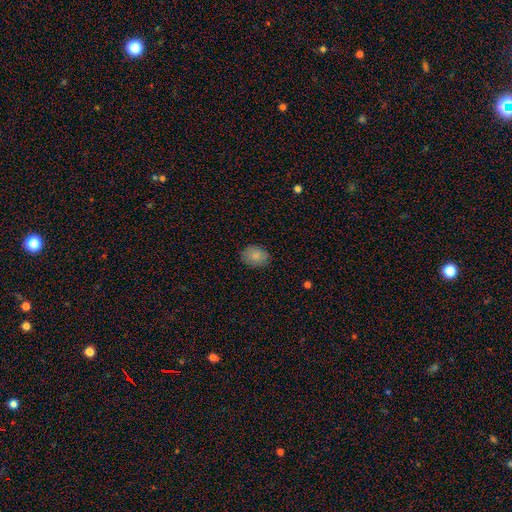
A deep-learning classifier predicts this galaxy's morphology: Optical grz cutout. It shows a smooth galaxy with no disk features (85%) that is in between round and cigar-shaped (65%). Merging: none (84%).